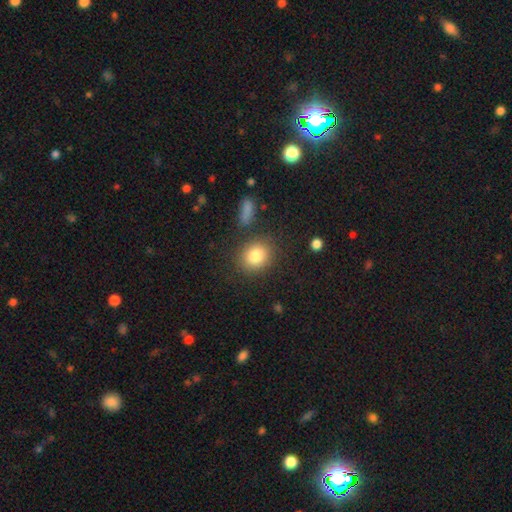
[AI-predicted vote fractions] Smooth or featured?
  - smooth: 82% *
  - star or artifact: 9%
  - featured or disk: 8%
How rounded?
  - round: 67% *
  - in between: 32%
  - cigar-shaped: 1%
Merging?
  - none: 82% *
  - minor disturbance: 10%
  - merger: 4%
  - major disturbance: 4%